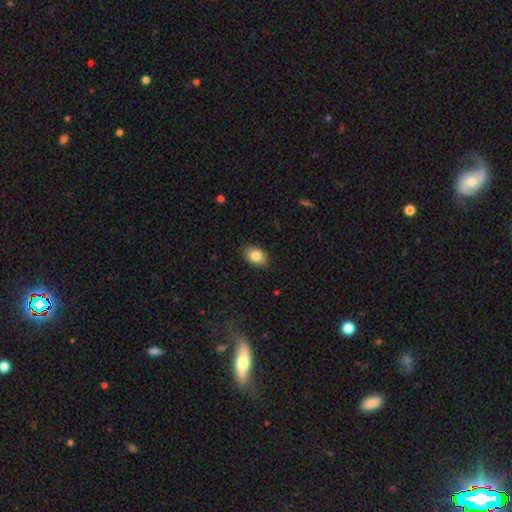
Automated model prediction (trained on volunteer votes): The model was most divided on "how rounded": in between: 86%, round: 13%, cigar-shaped: 1%. More confident: merging — none (87%); smooth or featured — smooth (84%).